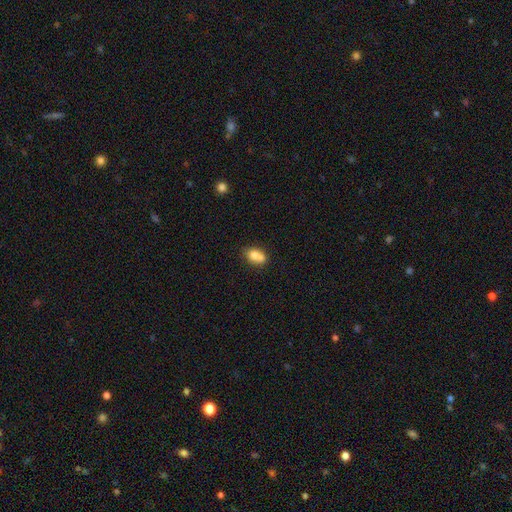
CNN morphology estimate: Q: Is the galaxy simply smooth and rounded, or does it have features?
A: smooth — 73%.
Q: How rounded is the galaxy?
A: in between — 67%.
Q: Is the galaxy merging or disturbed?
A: merger — 45%.